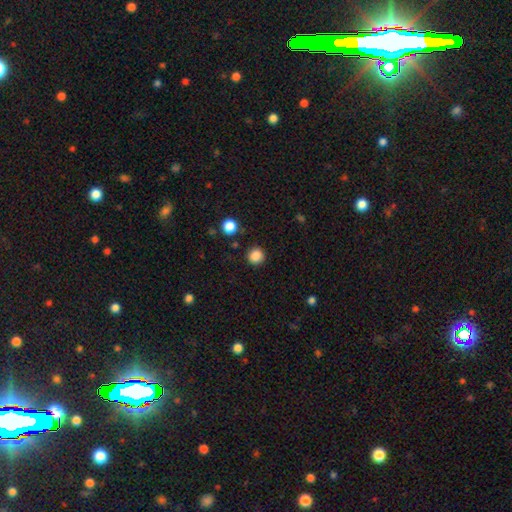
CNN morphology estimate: A smooth galaxy with no disk features (86%) that is round (92%).

Vote fractions:
- Smooth or featured? smooth: 86% / star or artifact: 11% / featured or disk: 3%
- How rounded? round: 92% / in between: 7% / cigar-shaped: 1%
- Merging? none: 89% / minor disturbance: 7% / major disturbance: 3% / merger: 2%